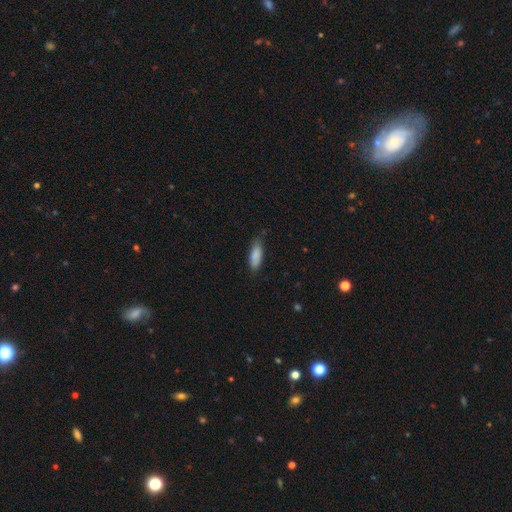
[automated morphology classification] A smooth galaxy with no disk features (88%) that is in between round and cigar-shaped (68%). Merging: none (74%).